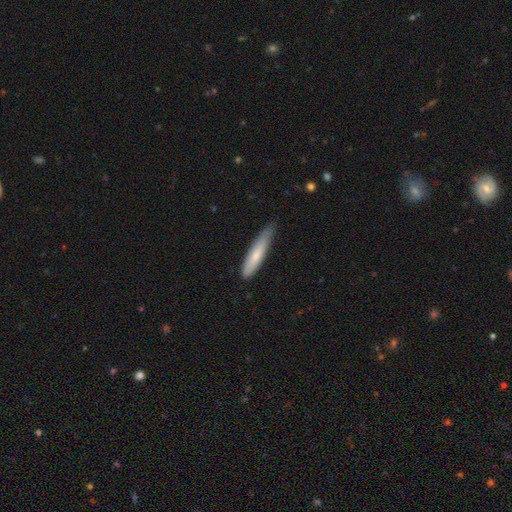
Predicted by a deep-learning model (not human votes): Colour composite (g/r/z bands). It shows a smooth galaxy with no disk features (73%) that is cigar-shaped (86%). Merging: none (67%).